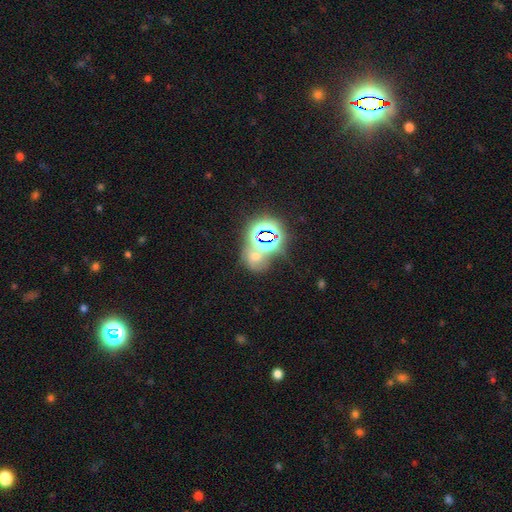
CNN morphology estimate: smooth-or-featured: star or artifact: 58% | smooth: 27% | featured or disk: 15%